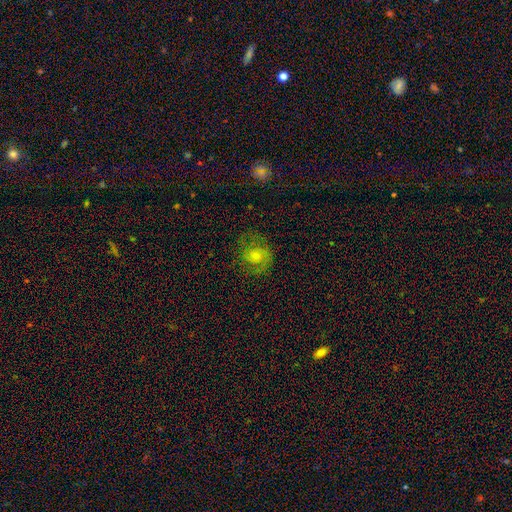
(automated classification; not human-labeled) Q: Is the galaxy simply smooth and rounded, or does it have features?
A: featured or disk — 51%.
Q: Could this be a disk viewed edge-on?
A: no — 97%.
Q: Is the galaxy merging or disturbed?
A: none — 69%.